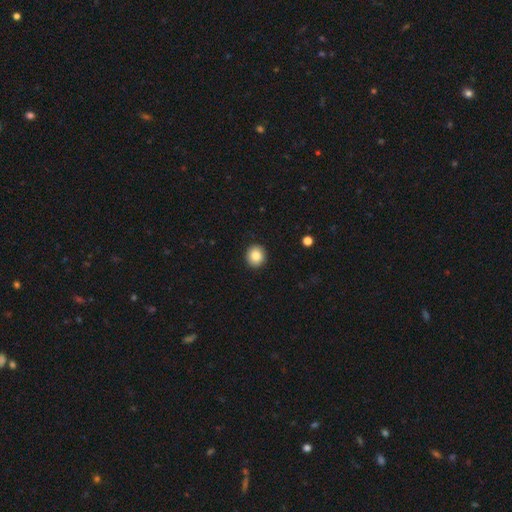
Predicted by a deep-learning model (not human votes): Smooth or featured: smooth — 86% (star or artifact — 9%)
How rounded: round — 84% (in between — 15%)
Merging: none — 92% (minor disturbance — 6%)